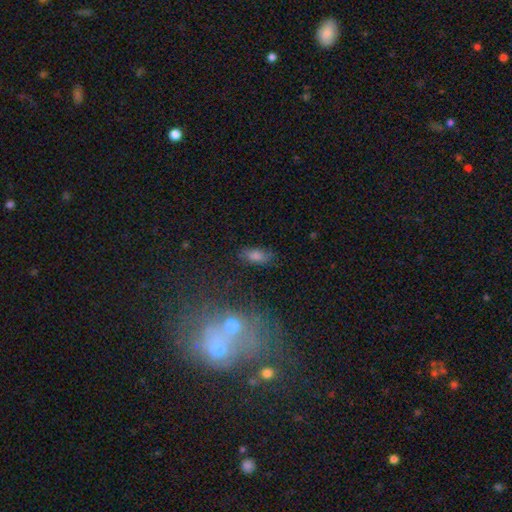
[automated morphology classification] smooth-or-featured: smooth: 68% | featured or disk: 16% | star or artifact: 16%
  how-rounded: in between: 81% | cigar-shaped: 12% | round: 7%
  merging: none: 77% | minor disturbance: 13% | major disturbance: 5% | merger: 4%